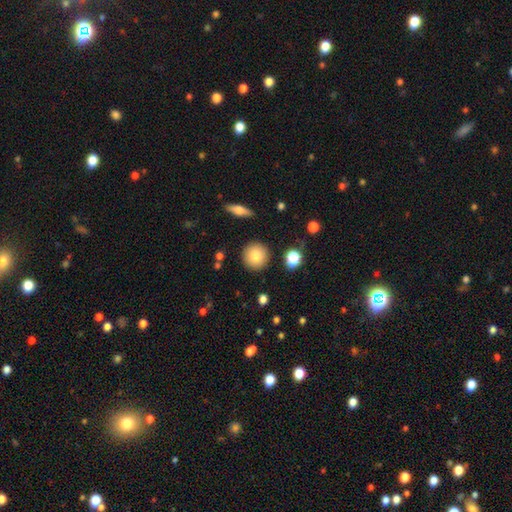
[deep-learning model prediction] Smooth or featured? Predicted: smooth (p=0.83). How rounded? Predicted: round (p=0.94). Merging? Predicted: none (p=0.90).